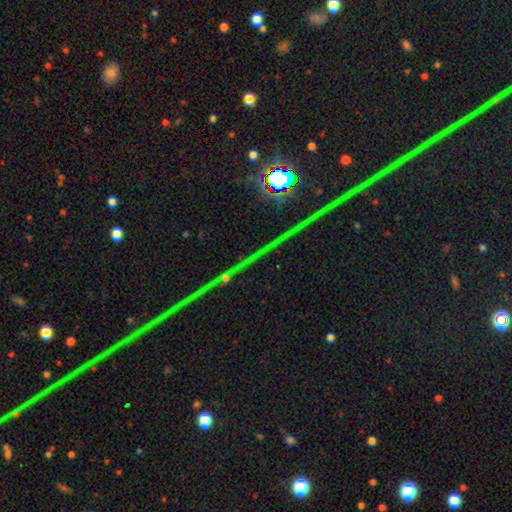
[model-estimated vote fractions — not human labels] Smooth or featured: star or artifact — 80% (featured or disk — 12%)